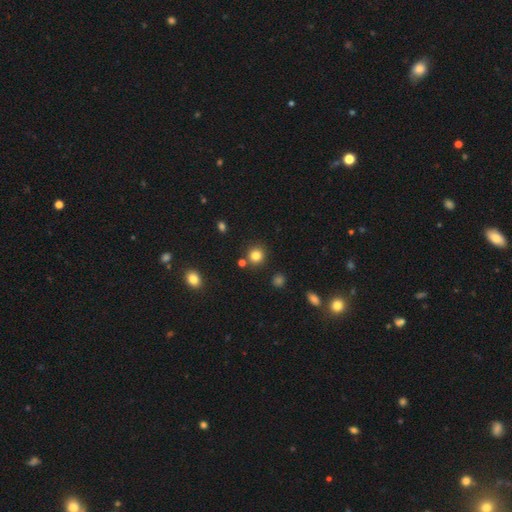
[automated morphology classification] smooth-or-featured: smooth: 82% | star or artifact: 12% | featured or disk: 5%
  how-rounded: round: 91% | in between: 8% | cigar-shaped: 1%
  merging: none: 83% | minor disturbance: 8% | merger: 7% | major disturbance: 3%